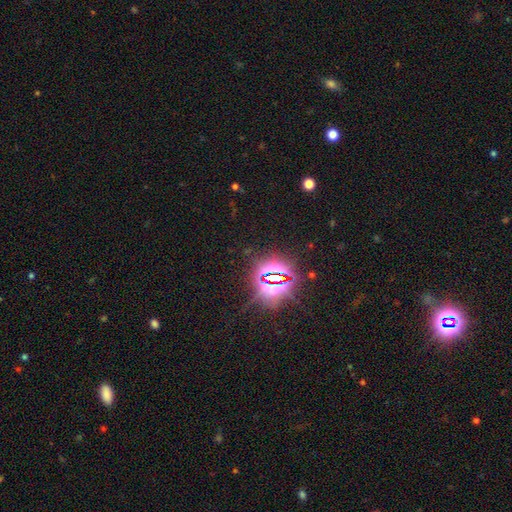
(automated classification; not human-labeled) Smooth or featured?
  - star or artifact: 83% *
  - smooth: 10%
  - featured or disk: 7%